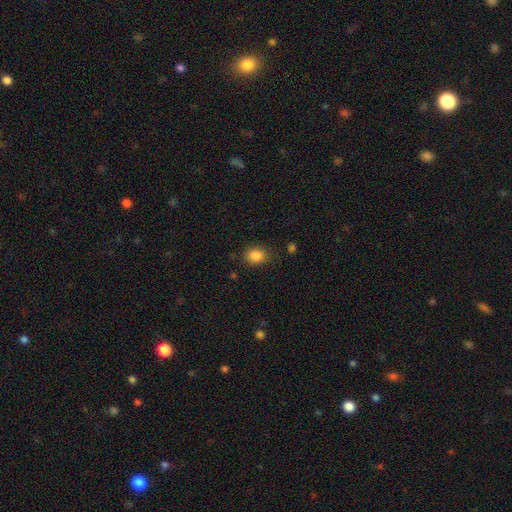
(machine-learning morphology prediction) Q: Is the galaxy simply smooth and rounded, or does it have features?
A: smooth — 85%.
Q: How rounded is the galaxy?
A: round — 57%.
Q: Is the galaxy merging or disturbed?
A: none — 80%.